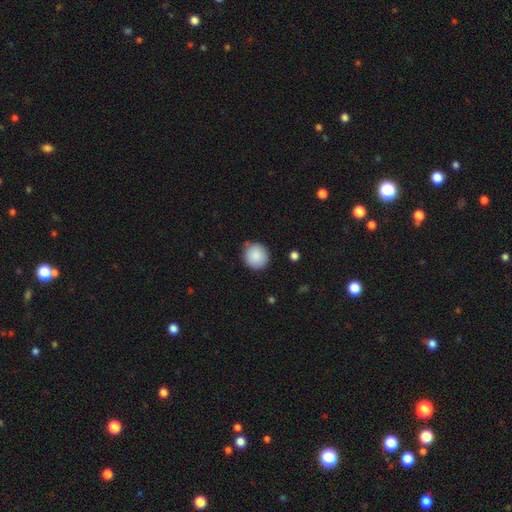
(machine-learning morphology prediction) A smooth galaxy with no disk features (89%) that is round (94%). Merging: none (86%).